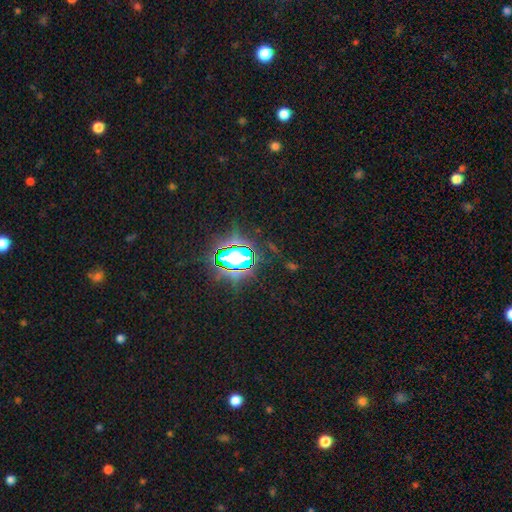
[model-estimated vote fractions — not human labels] Q: Smooth or featured?
A: star or artifact (81%); runner-up: smooth (12%)